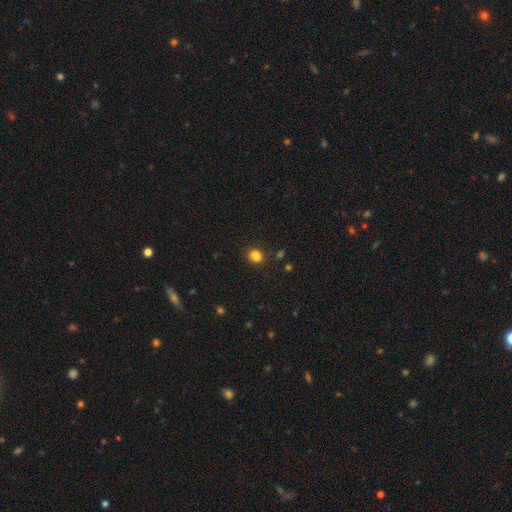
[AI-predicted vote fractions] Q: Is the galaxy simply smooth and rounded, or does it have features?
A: smooth — 84%.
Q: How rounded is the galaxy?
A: round — 52%.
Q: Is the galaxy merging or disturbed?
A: none — 82%.